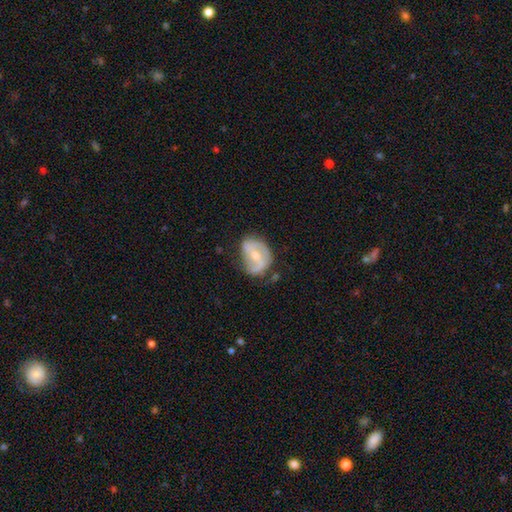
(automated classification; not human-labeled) Overall: featured or disk (70%). Edge-on disk: no (97%). Bar: weak (40%; no 35%). Spiral arms: yes (79%). Spiral arm count: 2 (70%). Spiral winding: medium (42%; loose 35%). Bulge size: moderate (52%; small 44%). Merging: none (49%; minor disturbance 32%).